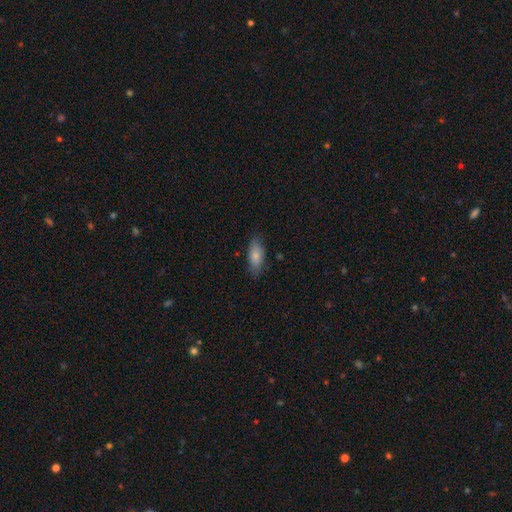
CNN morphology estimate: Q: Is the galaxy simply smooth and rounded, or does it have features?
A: smooth — 79%.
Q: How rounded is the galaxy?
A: in between — 86%.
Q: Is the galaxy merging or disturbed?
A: none — 78%.